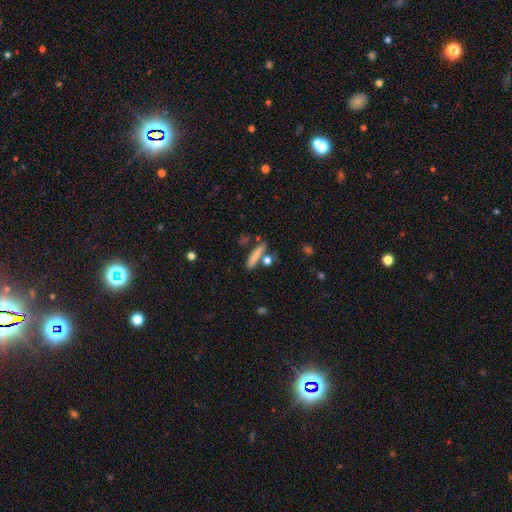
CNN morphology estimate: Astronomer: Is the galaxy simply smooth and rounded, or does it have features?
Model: smooth — 76%.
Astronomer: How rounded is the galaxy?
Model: cigar-shaped — 83%.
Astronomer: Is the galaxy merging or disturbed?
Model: none — 73%.